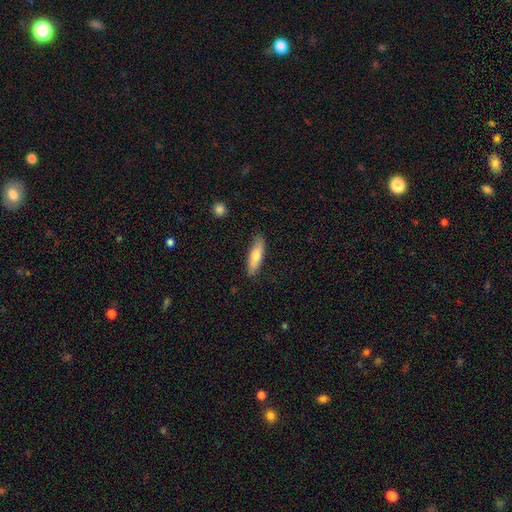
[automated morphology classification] smooth-or-featured: smooth: 66% | featured or disk: 28% | star or artifact: 6%
  how-rounded: cigar-shaped: 65% | in between: 33% | round: 2%
  merging: none: 86% | minor disturbance: 11% | major disturbance: 2% | merger: 1%